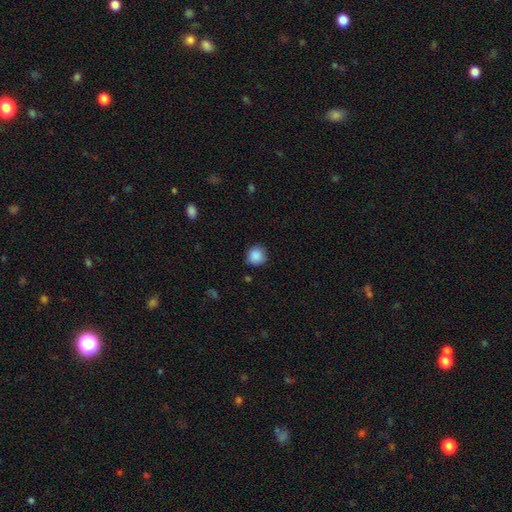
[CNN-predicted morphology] Smooth or featured? Predicted: smooth (p=0.88). How rounded? Predicted: round (p=0.92). Merging? Predicted: none (p=0.86).